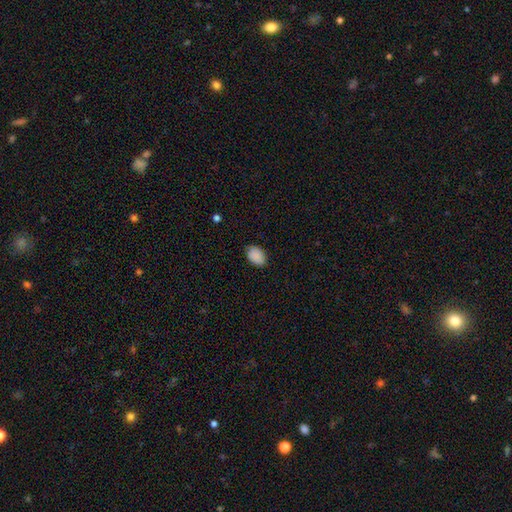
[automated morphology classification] A smooth galaxy with no disk features (89%) that is in between round and cigar-shaped (82%).

Vote fractions:
- Smooth or featured? smooth: 89% / star or artifact: 7% / featured or disk: 4%
- How rounded? in between: 82% / round: 17% / cigar-shaped: 1%
- Merging? none: 82% / minor disturbance: 14% / major disturbance: 3% / merger: 1%